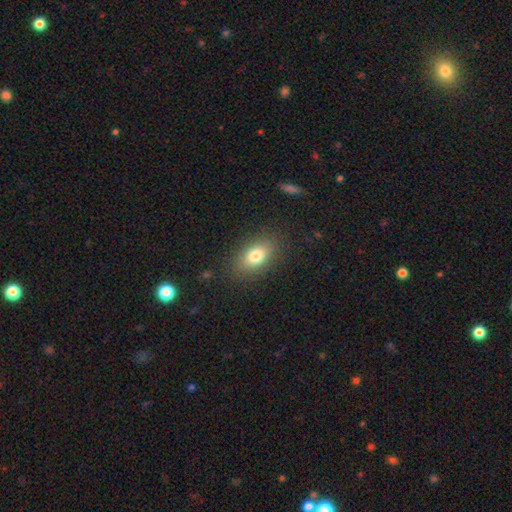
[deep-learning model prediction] Q: Smooth or featured?
A: smooth (78%); runner-up: featured or disk (12%)
Q: How rounded?
A: in between (84%); runner-up: round (12%)
Q: Merging?
A: none (85%); runner-up: minor disturbance (10%)